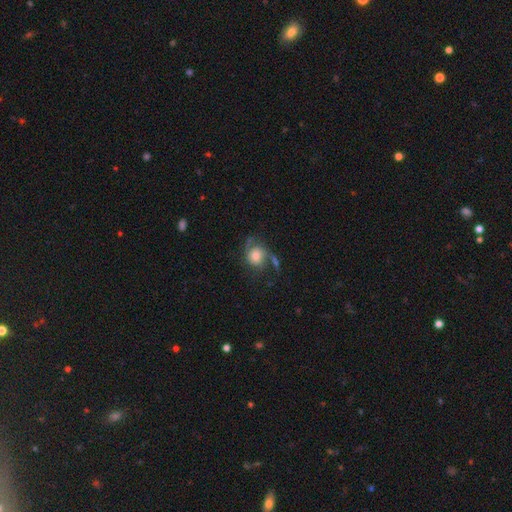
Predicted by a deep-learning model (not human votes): Smooth or featured: featured or disk — 54% (smooth — 37%)
Edge-on disk: no — 97% (yes — 3%)
Bar: no — 76% (weak — 20%)
Spiral arms: yes — 86% (no — 14%)
Bulge size: moderate — 40% (large — 31%)
Merging: none — 46% (major disturbance — 23%)